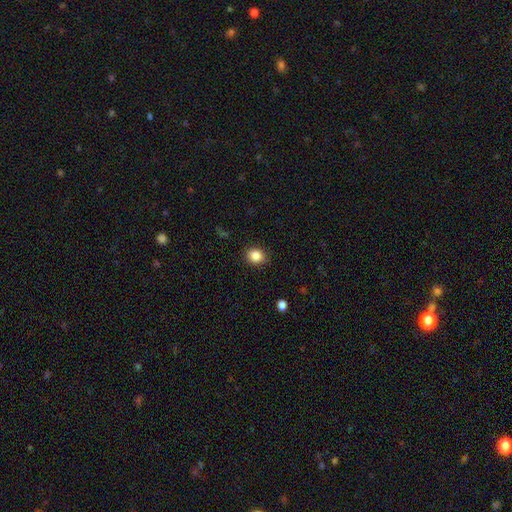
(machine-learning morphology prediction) The model was most divided on "how rounded": round: 66%, in between: 33%, cigar-shaped: 1%. More confident: merging — none (88%); smooth or featured — smooth (85%).